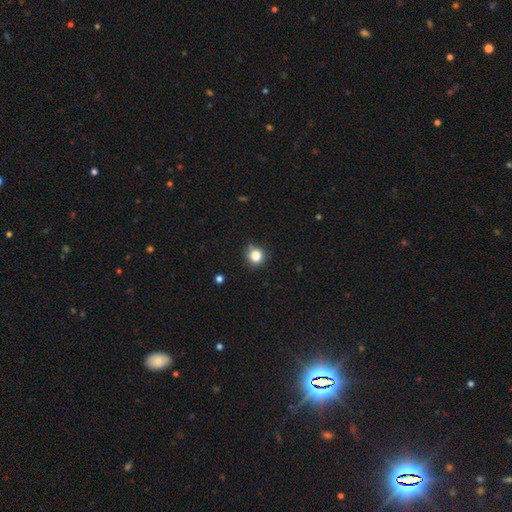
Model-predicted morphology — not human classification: Q: Smooth or featured?
A: smooth (83%); runner-up: star or artifact (12%)
Q: How rounded?
A: round (86%); runner-up: in between (13%)
Q: Merging?
A: none (78%); runner-up: minor disturbance (16%)